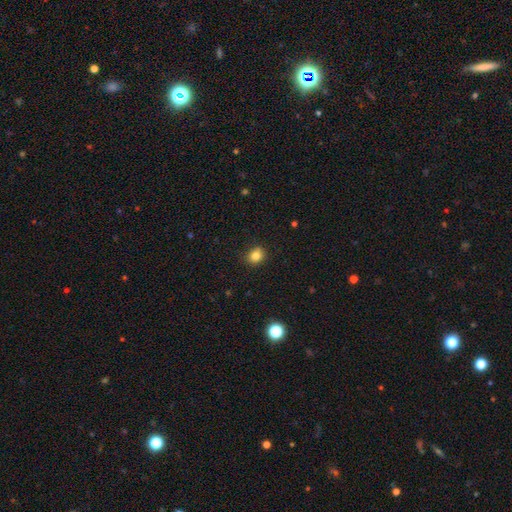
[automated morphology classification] Overall: smooth (83%). How rounded: round (67%; in between 32%). Merging: none (83%).